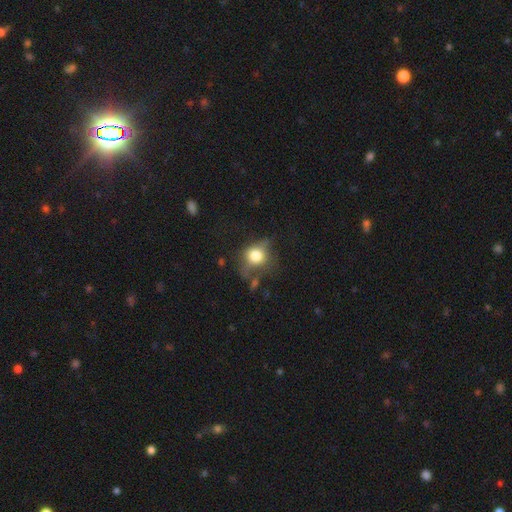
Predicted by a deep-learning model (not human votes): Smooth or featured: smooth — 71% (featured or disk — 17%)
How rounded: round — 66% (in between — 32%)
Merging: none — 46% (minor disturbance — 28%)